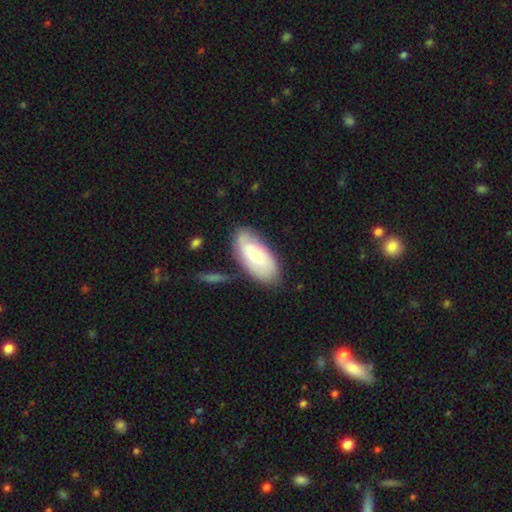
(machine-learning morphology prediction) smooth 55%, featured or disk 39%, star or artifact 6%. Down the decision tree: how rounded — in between (91%); merging — none (72%).